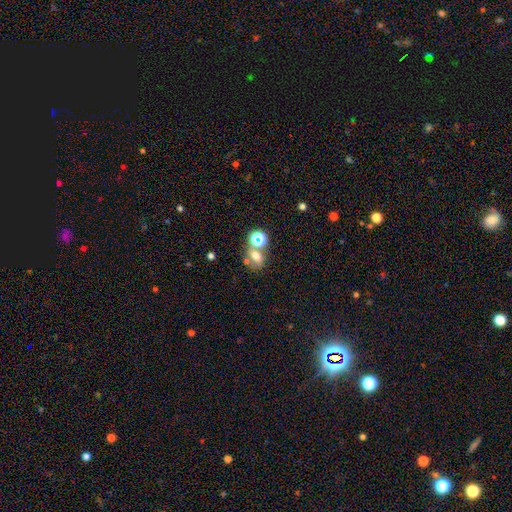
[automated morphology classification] Q: Smooth or featured?
A: smooth (51%); runner-up: star or artifact (27%)
Q: How rounded?
A: in between (53%); runner-up: round (45%)
Q: Merging?
A: none (44%); runner-up: merger (36%)